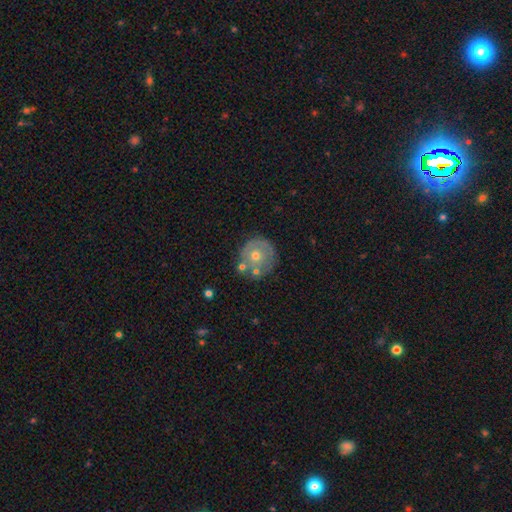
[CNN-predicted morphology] Q: Smooth or featured?
A: smooth (50%); runner-up: featured or disk (41%)
Q: Merging?
A: none (67%); runner-up: minor disturbance (15%)